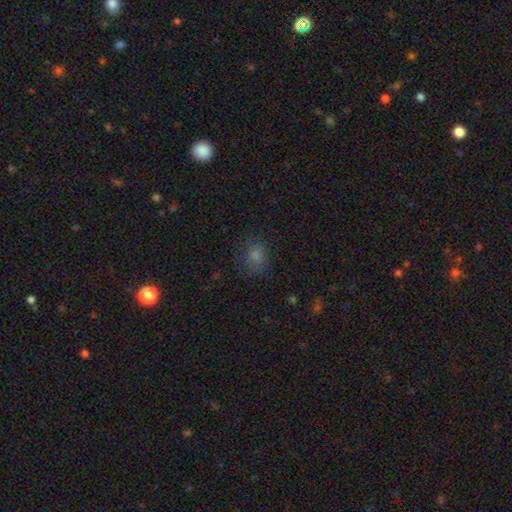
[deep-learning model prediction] Overall: smooth (77%). How rounded: round (60%; in between 39%). Merging: none (73%).